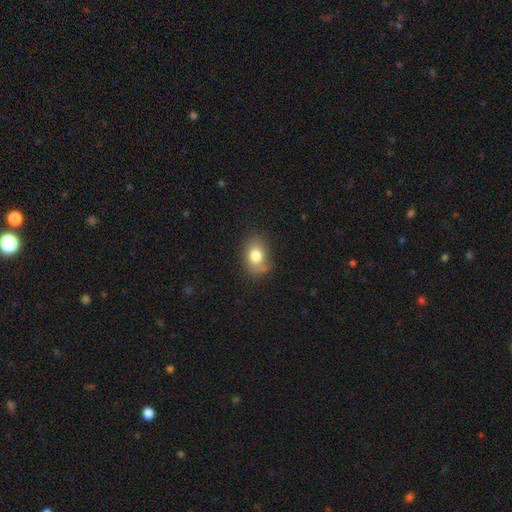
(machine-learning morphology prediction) This is likely a smooth galaxy (79%). How rounded: likely in between (67%). Merging: likely none (66%).